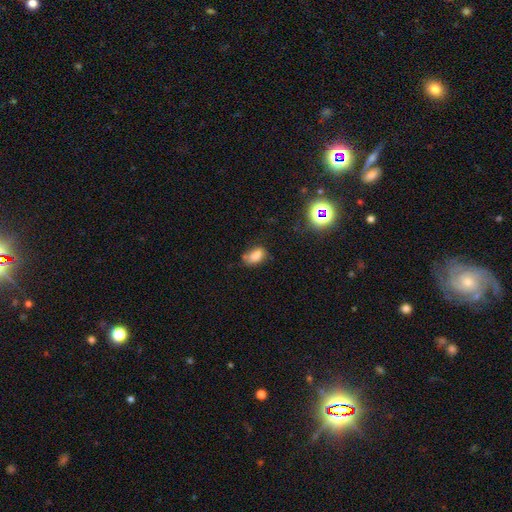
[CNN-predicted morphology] This appears to be a smooth galaxy with no disk features (77%) that is in between round and cigar-shaped (86%). Merging: none (53%).